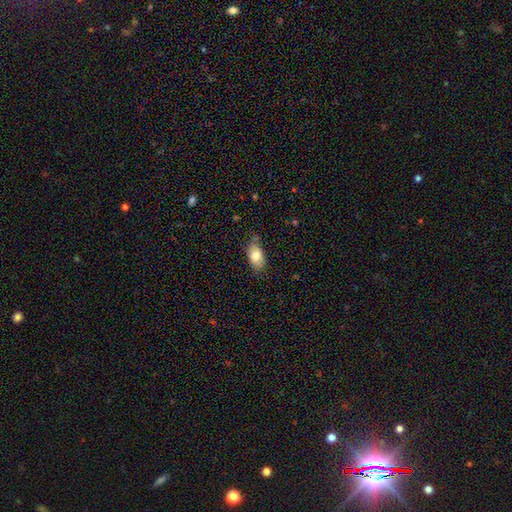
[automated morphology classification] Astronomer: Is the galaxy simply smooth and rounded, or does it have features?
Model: smooth — 79%.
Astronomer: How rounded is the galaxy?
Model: in between — 91%.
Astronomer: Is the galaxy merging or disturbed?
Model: none — 69%.